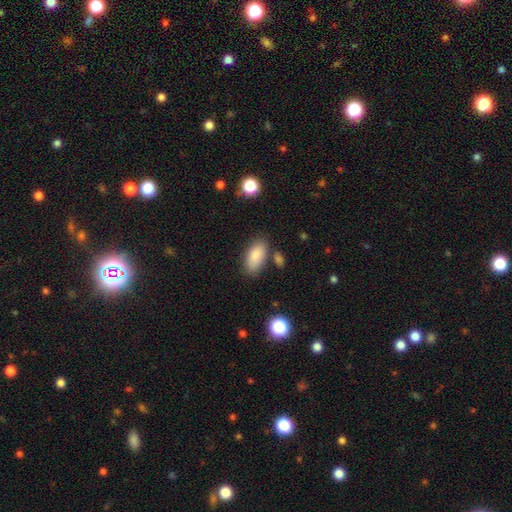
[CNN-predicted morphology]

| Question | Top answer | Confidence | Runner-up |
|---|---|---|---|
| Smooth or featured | smooth | 86% | star or artifact (7%) |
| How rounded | in between | 92% | cigar-shaped (6%) |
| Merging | none | 75% | minor disturbance (15%) |